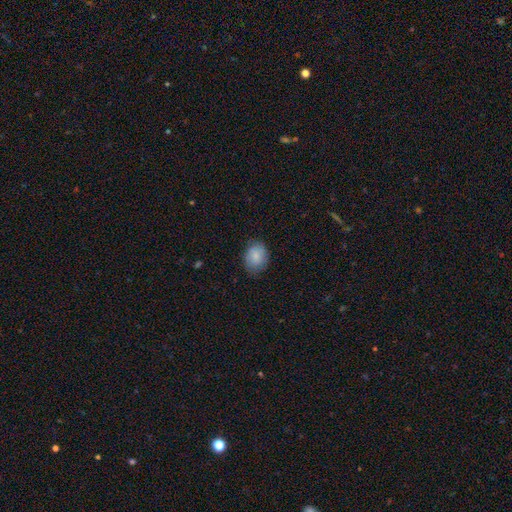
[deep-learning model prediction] Q: Smooth or featured?
A: smooth (84%); runner-up: featured or disk (9%)
Q: How rounded?
A: in between (60%); runner-up: round (39%)
Q: Merging?
A: none (78%); runner-up: minor disturbance (17%)